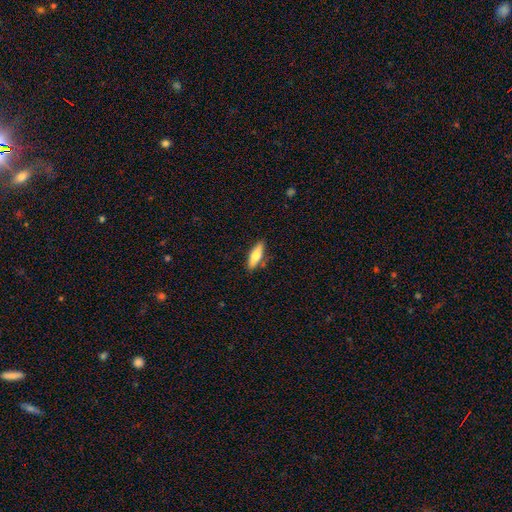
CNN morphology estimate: A smooth galaxy with no disk features (68%) that is in between round and cigar-shaped (49%). Merging: none (85%).